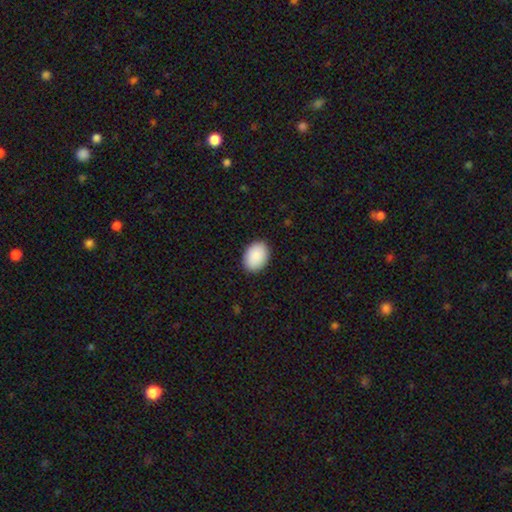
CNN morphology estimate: Smooth or featured?
  - smooth: 91% *
  - star or artifact: 6%
  - featured or disk: 3%
How rounded?
  - in between: 80% *
  - round: 19%
  - cigar-shaped: 1%
Merging?
  - none: 90% *
  - minor disturbance: 8%
  - major disturbance: 2%
  - merger: 1%